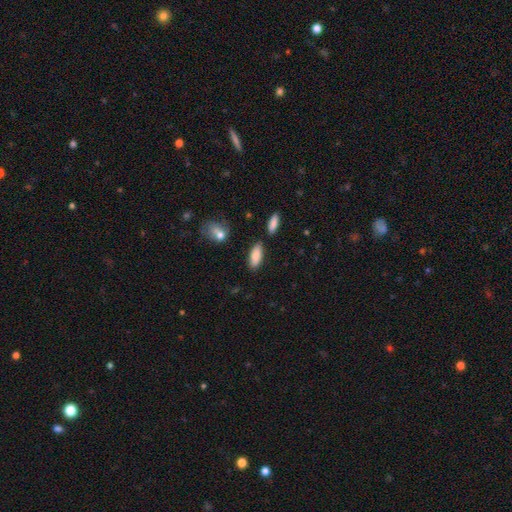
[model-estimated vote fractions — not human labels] Overall: smooth (86%). How rounded: in between (80%). Merging: none (79%).